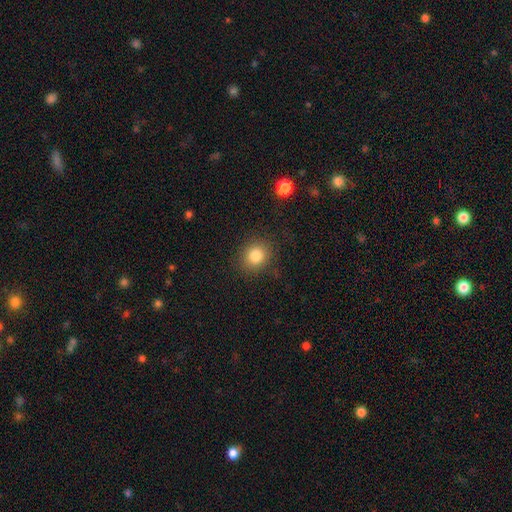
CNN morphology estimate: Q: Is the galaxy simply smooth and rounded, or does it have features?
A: smooth — 83%.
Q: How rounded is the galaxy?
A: round — 76%.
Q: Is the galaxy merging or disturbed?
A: none — 85%.